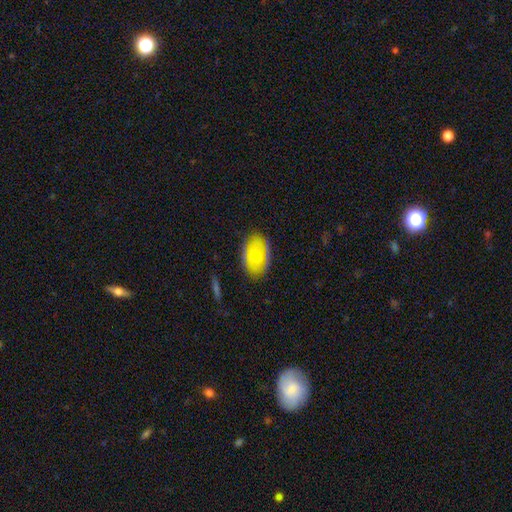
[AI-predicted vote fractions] The model was most divided on "smooth or featured": featured or disk: 47%, smooth: 46%, star or artifact: 7%. More confident: merging — none (80%).